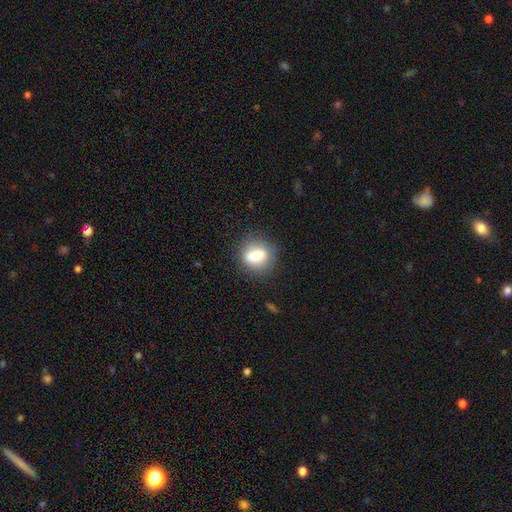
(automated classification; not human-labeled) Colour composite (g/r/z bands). It shows a smooth galaxy with no disk features (76%) that is in between round and cigar-shaped (51%). Merging: none (78%).